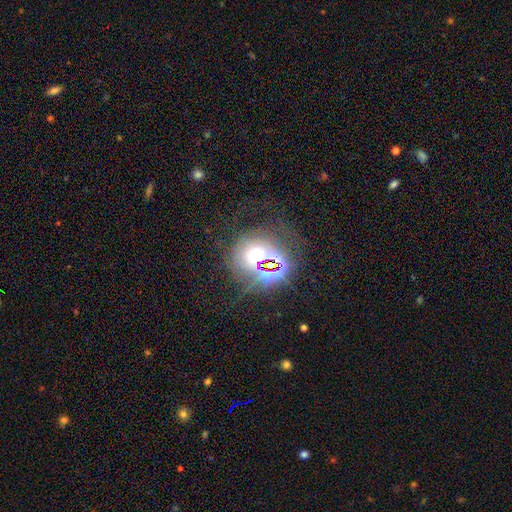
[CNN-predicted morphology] Smooth or featured? star or artifact (51%)